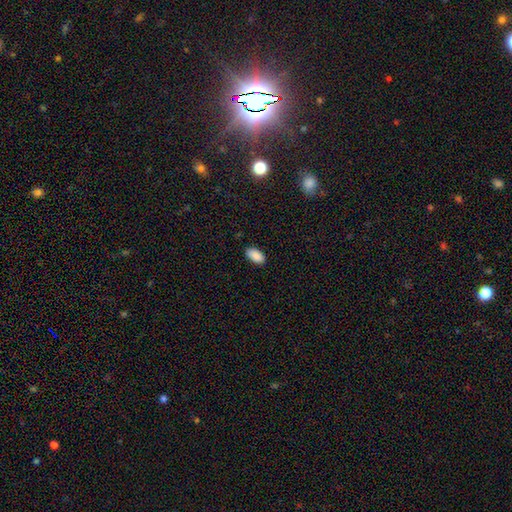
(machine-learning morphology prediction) smooth_or_featured: smooth (p=0.89) [alt: star or artifact p=0.07]
how_rounded: in between (p=0.95) [alt: cigar-shaped p=0.03]
merging: none (p=0.87) [alt: minor disturbance p=0.10]